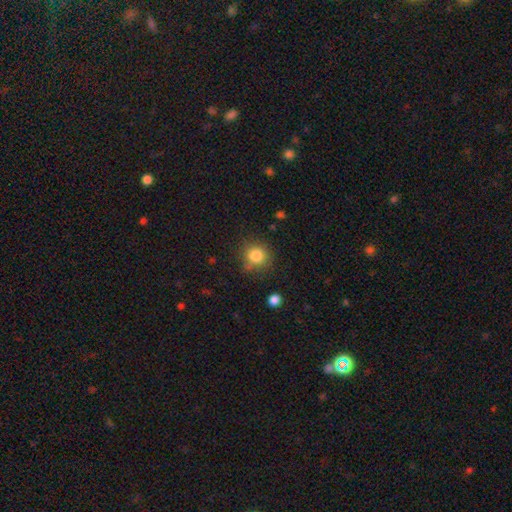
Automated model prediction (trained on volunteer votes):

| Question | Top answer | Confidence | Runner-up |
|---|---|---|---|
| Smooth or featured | smooth | 83% | star or artifact (11%) |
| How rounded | round | 90% | in between (9%) |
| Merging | none | 78% | minor disturbance (14%) |